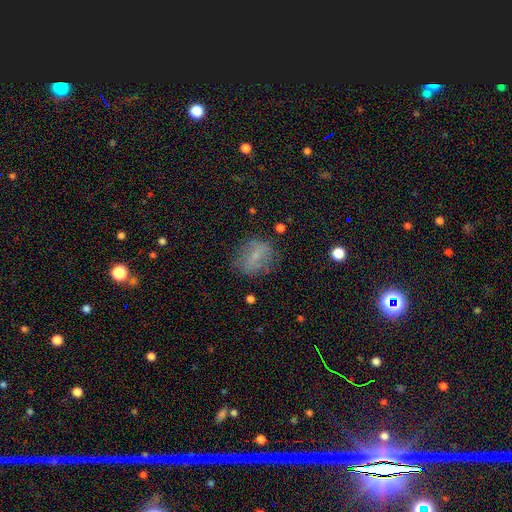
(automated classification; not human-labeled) smooth-or-featured: smooth: 55% | featured or disk: 33% | star or artifact: 12%
  how-rounded: in between: 51% | round: 47% | cigar-shaped: 2%
  merging: none: 66% | minor disturbance: 21% | major disturbance: 10% | merger: 2%